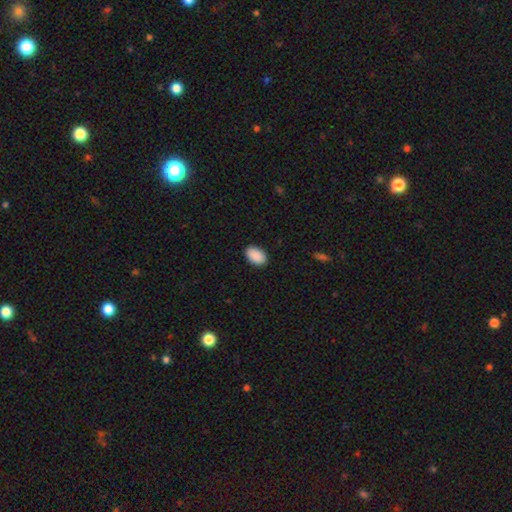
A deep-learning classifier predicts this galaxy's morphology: This appears to be a smooth galaxy with no disk features (91%) that is in between round and cigar-shaped (91%). Merging: none (89%).